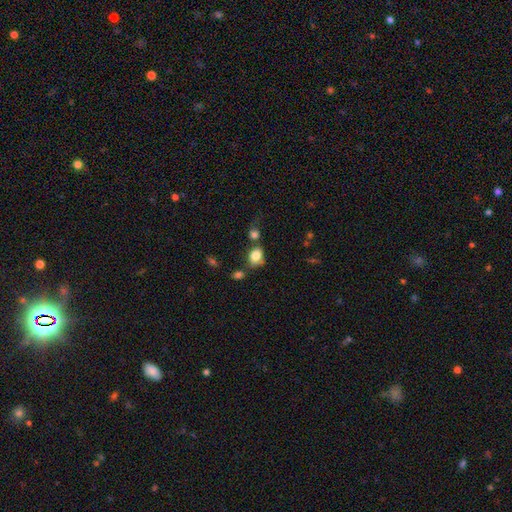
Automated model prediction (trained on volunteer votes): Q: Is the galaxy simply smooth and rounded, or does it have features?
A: smooth — 82%.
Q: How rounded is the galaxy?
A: in between — 62%.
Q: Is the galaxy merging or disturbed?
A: none — 55%.